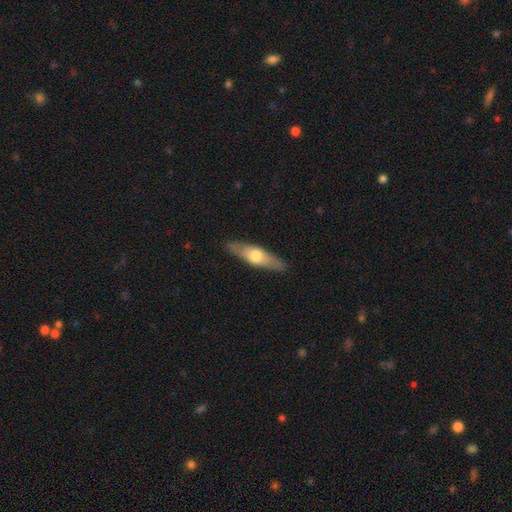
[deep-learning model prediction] smooth-or-featured: smooth: 51% | featured or disk: 44% | star or artifact: 5%
  how-rounded: cigar-shaped: 60% | in between: 38% | round: 2%
  merging: none: 87% | minor disturbance: 9% | major disturbance: 2% | merger: 1%